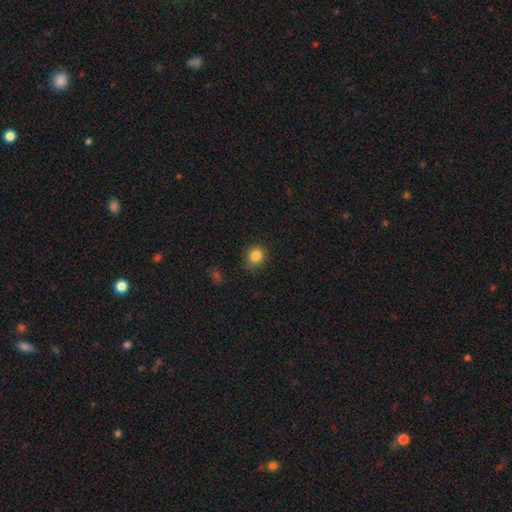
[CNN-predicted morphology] Smooth or featured? smooth (85%)
How rounded? round (77%)
Merging? none (79%)